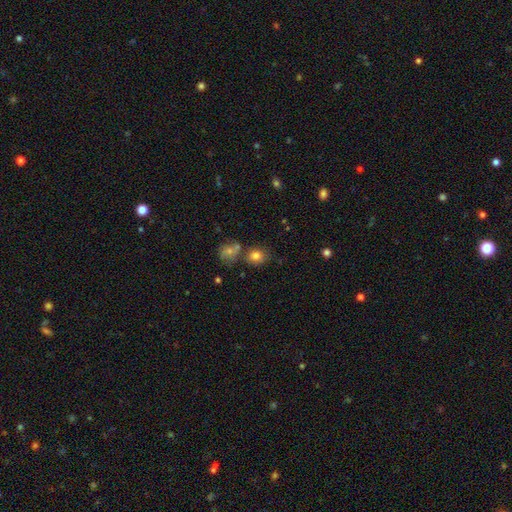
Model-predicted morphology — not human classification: Q: Smooth or featured?
A: smooth (79%); runner-up: star or artifact (12%)
Q: How rounded?
A: round (64%); runner-up: in between (34%)
Q: Merging?
A: none (64%); runner-up: merger (19%)